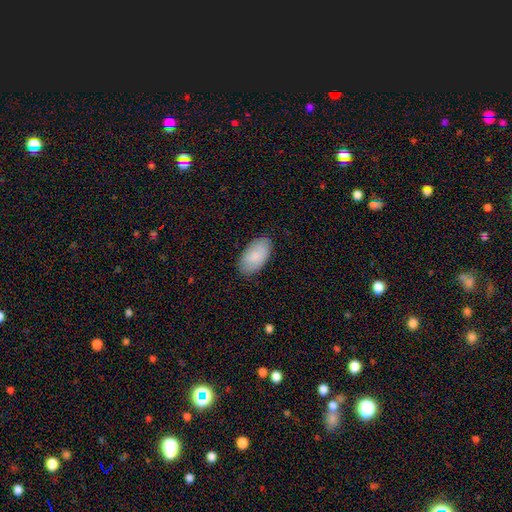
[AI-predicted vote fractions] This is clearly a smooth galaxy (86%). How rounded: clearly in between (96%). Merging: clearly none (85%).